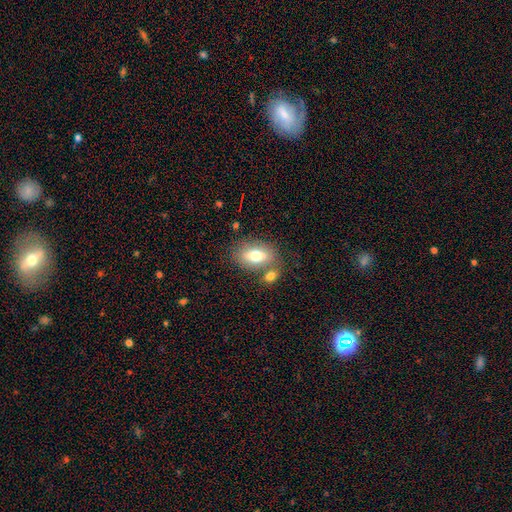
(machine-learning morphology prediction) Smooth or featured?
  - smooth: 71% *
  - featured or disk: 21%
  - star or artifact: 8%
How rounded?
  - in between: 85% *
  - round: 12%
  - cigar-shaped: 3%
Merging?
  - none: 60% *
  - merger: 23%
  - minor disturbance: 13%
  - major disturbance: 4%